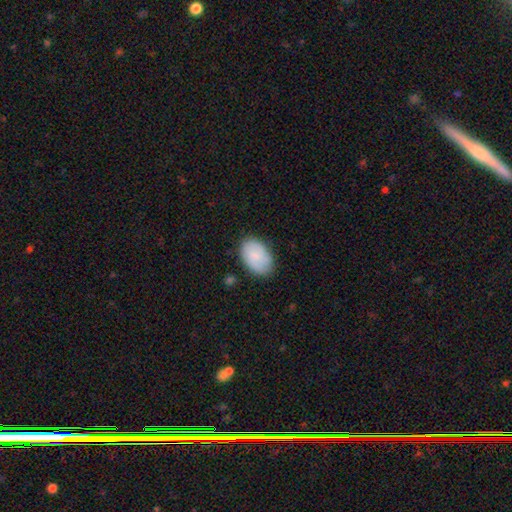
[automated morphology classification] A smooth galaxy with no disk features (74%) that is in between round and cigar-shaped (89%). Merging: none (78%).